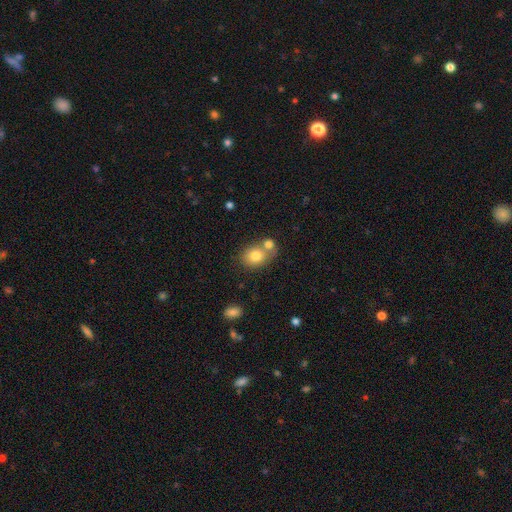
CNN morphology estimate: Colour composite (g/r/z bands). It shows a smooth galaxy with no disk features (77%) that is round (60%). Merging: none (47%).